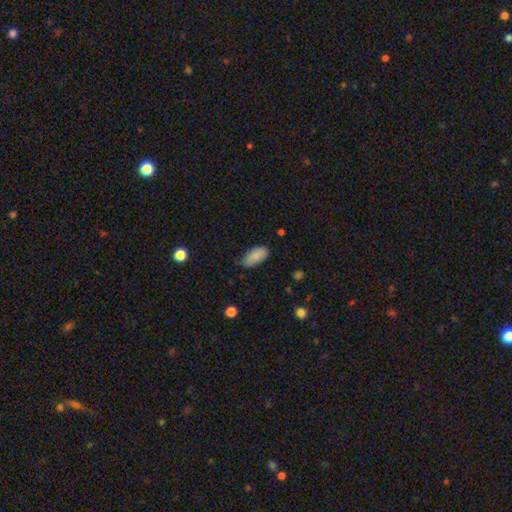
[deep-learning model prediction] Overall: smooth (85%). How rounded: in between (93%). Merging: none (73%).